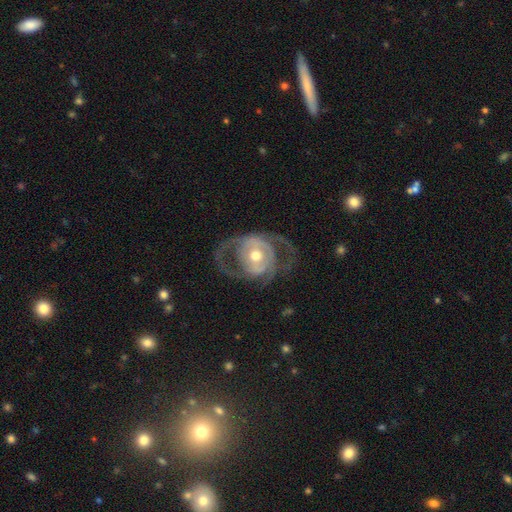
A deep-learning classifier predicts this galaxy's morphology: Overall: featured or disk (81%). Edge-on disk: no (96%). Bar: no (62%; weak 26%). Spiral arms: yes (76%). Spiral arm count: 2 (60%). Spiral winding: medium (44%; loose 28%). Bulge size: moderate (74%). Merging: none (52%; major disturbance 30%).